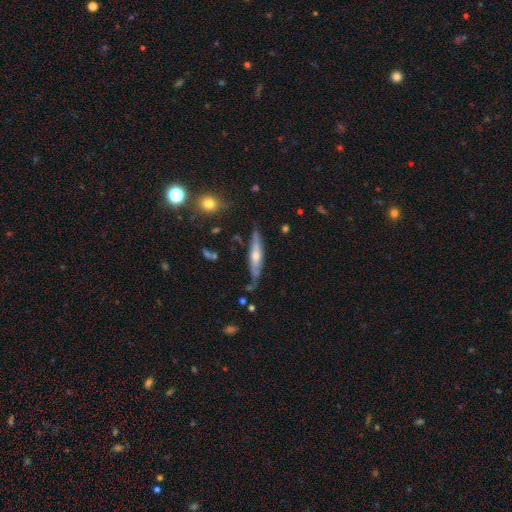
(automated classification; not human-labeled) Q: Smooth or featured?
A: featured or disk (58%); runner-up: smooth (36%)
Q: Edge-on disk?
A: yes (71%); runner-up: no (29%)
Q: Merging?
A: none (60%); runner-up: minor disturbance (28%)